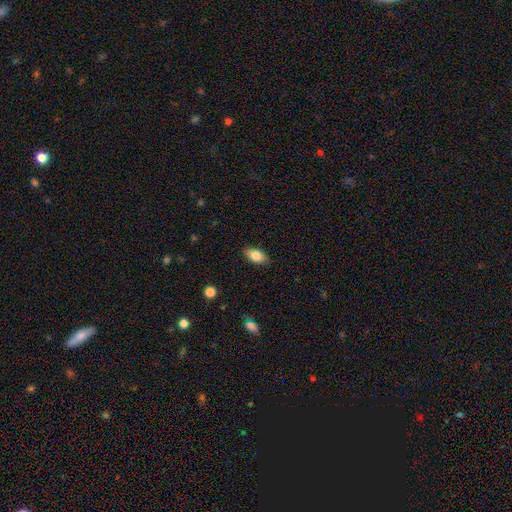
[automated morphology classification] Q: Smooth or featured?
A: smooth (83%); runner-up: featured or disk (9%)
Q: How rounded?
A: in between (91%); runner-up: round (5%)
Q: Merging?
A: none (86%); runner-up: minor disturbance (11%)